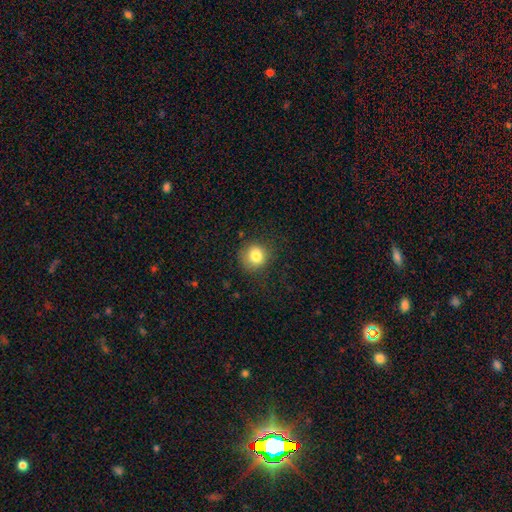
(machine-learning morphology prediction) A smooth galaxy with no disk features (82%) that is round (86%). Merging: none (81%).